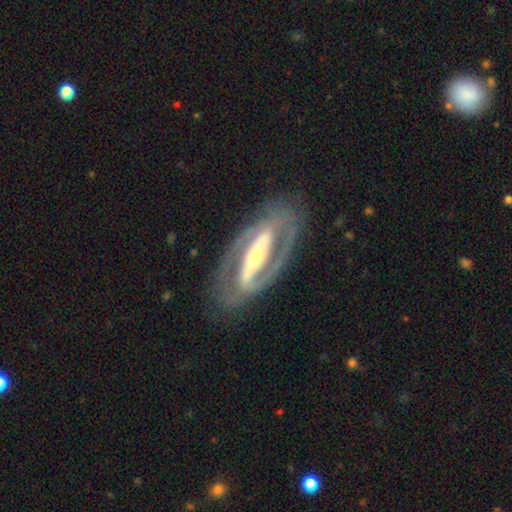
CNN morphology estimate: The model was most divided on "spiral winding": medium: 45%, tight: 44%, loose: 12%. Remaining: edge-on disk — no (91%); spiral arm count — 2 (90%); spiral arms — yes (90%); smooth or featured — featured or disk (89%); merging — none (81%); bar — strong (79%); bulge size — small (46%).